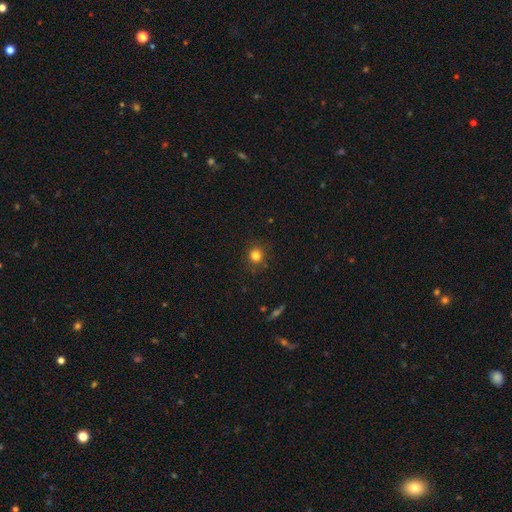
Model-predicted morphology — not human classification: Q: Smooth or featured?
A: smooth (82%); runner-up: star or artifact (13%)
Q: How rounded?
A: round (87%); runner-up: in between (12%)
Q: Merging?
A: none (86%); runner-up: minor disturbance (9%)